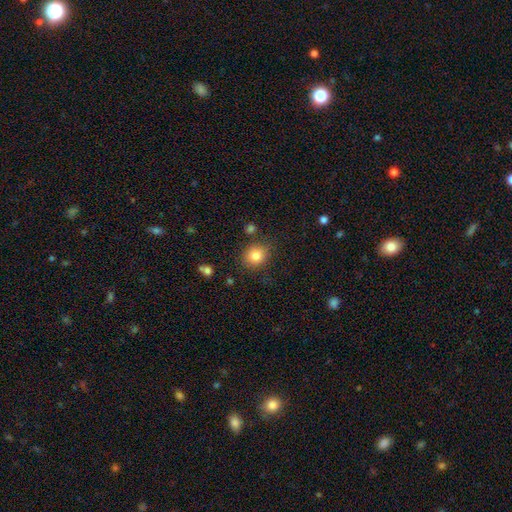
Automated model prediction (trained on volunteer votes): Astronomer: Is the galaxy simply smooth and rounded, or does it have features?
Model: smooth — 82%.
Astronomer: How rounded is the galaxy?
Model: round — 68%.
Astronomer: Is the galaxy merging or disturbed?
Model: none — 82%.